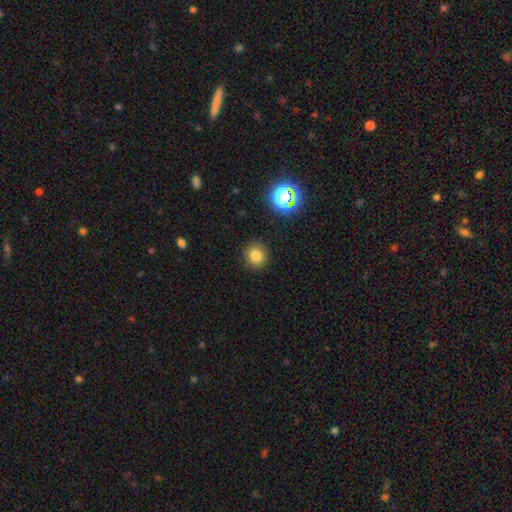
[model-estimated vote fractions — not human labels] This is likely a smooth galaxy (80%). How rounded: clearly round (86%). Merging: clearly none (90%).